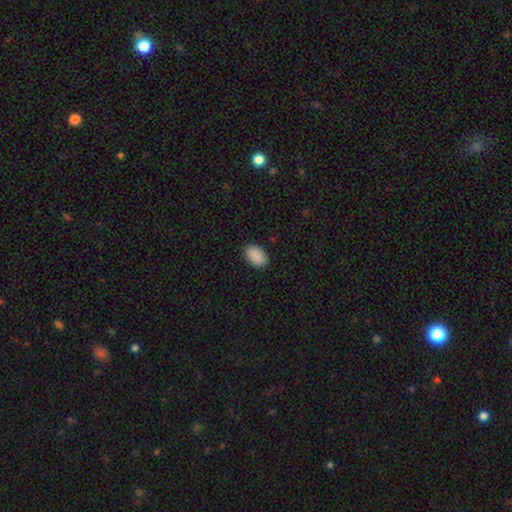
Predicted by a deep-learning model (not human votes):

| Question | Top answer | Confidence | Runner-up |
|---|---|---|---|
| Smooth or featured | smooth | 91% | star or artifact (7%) |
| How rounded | in between | 91% | round (7%) |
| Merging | none | 88% | minor disturbance (9%) |